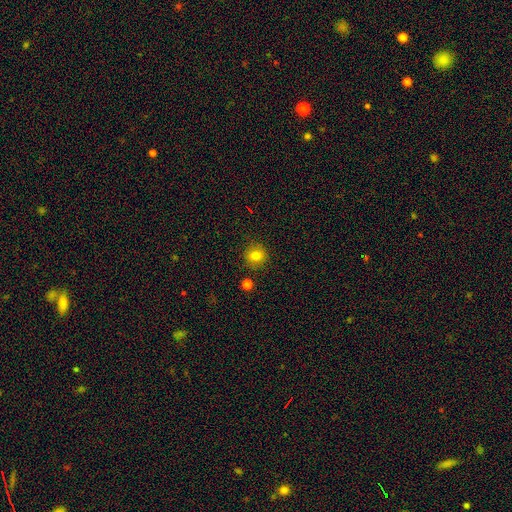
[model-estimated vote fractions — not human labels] Smooth or featured? Predicted: smooth (p=0.81). How rounded? Predicted: round (p=0.86). Merging? Predicted: none (p=0.87).